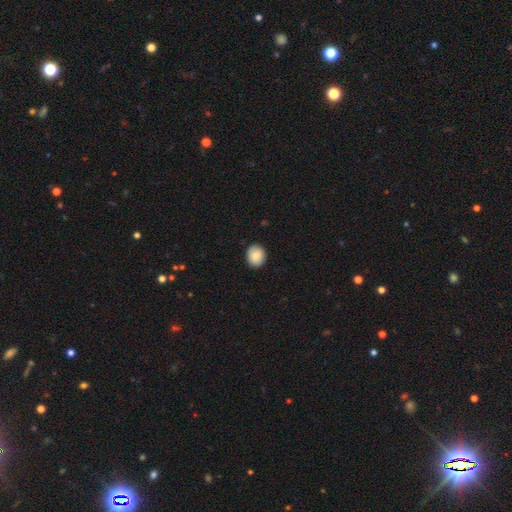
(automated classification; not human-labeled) Overall: smooth (85%). How rounded: round (67%; in between 32%). Merging: none (87%).